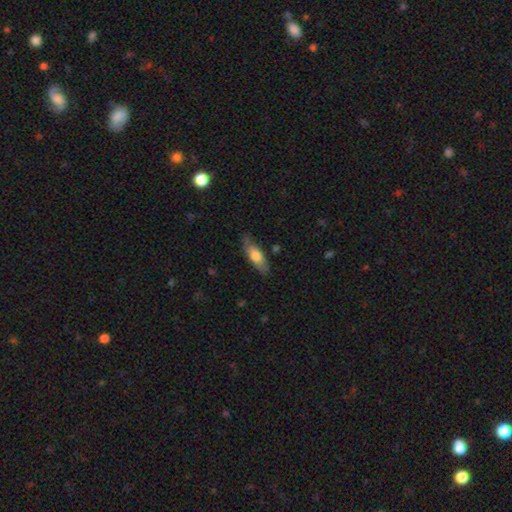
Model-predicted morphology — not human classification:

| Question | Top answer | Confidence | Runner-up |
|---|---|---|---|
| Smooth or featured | smooth | 64% | featured or disk (30%) |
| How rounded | in between | 69% | cigar-shaped (29%) |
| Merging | none | 70% | minor disturbance (23%) |